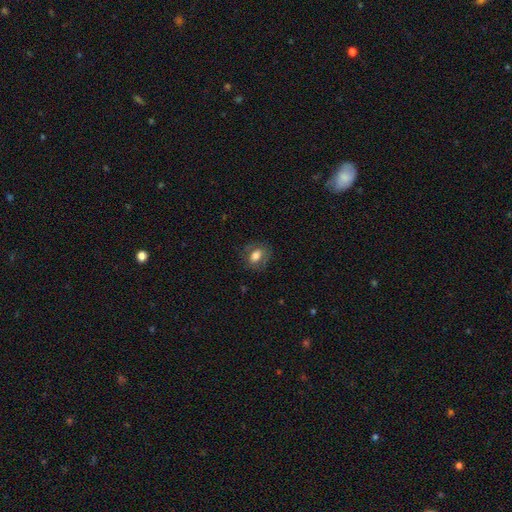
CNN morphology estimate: A smooth galaxy with no disk features (67%) that is in between round and cigar-shaped (72%). Merging: none (74%).